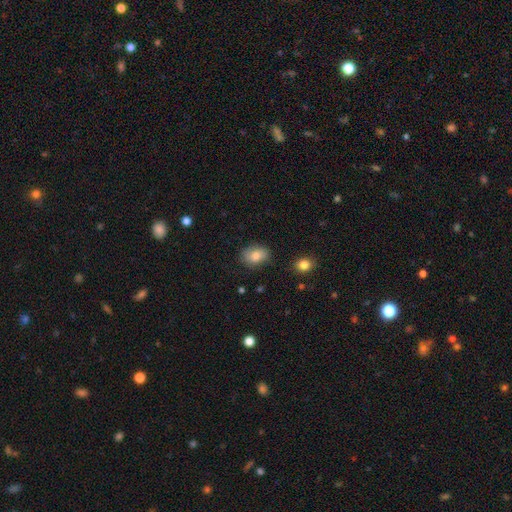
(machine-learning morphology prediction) This appears to be a smooth galaxy with no disk features (81%) that is in between round and cigar-shaped (73%). Merging: none (76%).